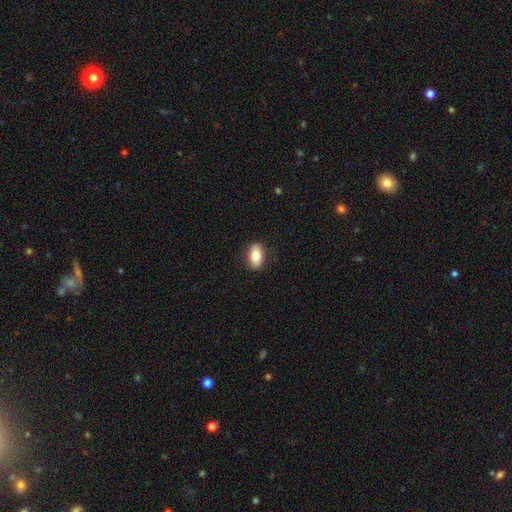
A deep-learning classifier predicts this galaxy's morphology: A smooth galaxy with no disk features (81%) that is in between round and cigar-shaped (87%).

Vote fractions:
- Smooth or featured? smooth: 81% / featured or disk: 12% / star or artifact: 7%
- How rounded? in between: 87% / round: 7% / cigar-shaped: 5%
- Merging? none: 87% / minor disturbance: 10% / major disturbance: 2% / merger: 1%